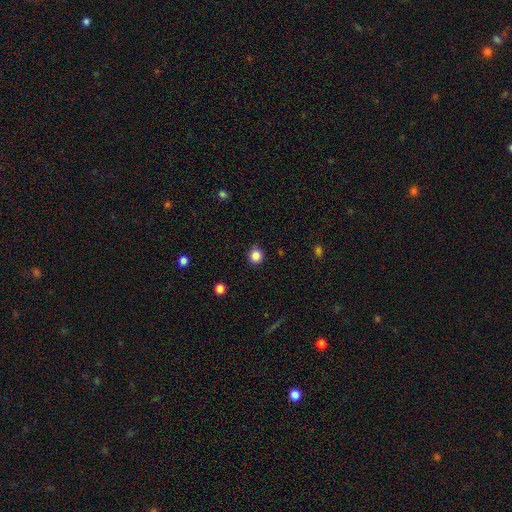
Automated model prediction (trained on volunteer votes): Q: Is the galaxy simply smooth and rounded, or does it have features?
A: smooth — 85%.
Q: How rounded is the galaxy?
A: round — 90%.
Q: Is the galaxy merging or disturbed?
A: none — 88%.